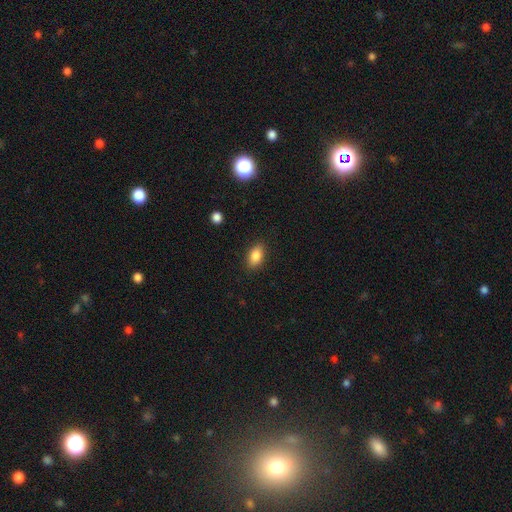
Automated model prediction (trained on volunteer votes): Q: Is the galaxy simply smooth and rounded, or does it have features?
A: smooth — 85%.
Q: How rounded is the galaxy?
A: in between — 88%.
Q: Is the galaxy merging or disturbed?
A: none — 88%.